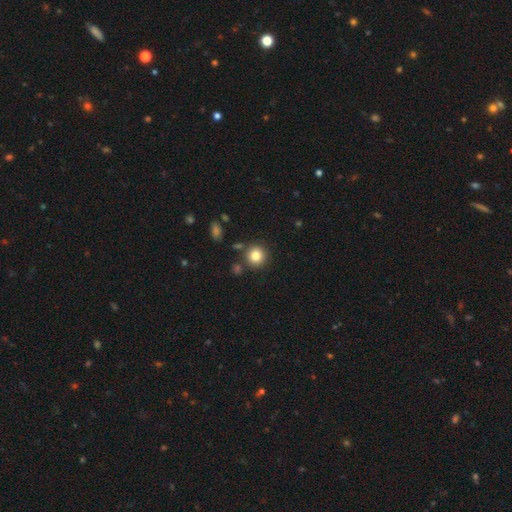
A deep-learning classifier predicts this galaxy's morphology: smooth-or-featured: smooth: 82% | star or artifact: 11% | featured or disk: 7%
  how-rounded: round: 92% | in between: 7% | cigar-shaped: 1%
  merging: none: 84% | minor disturbance: 8% | merger: 6% | major disturbance: 3%